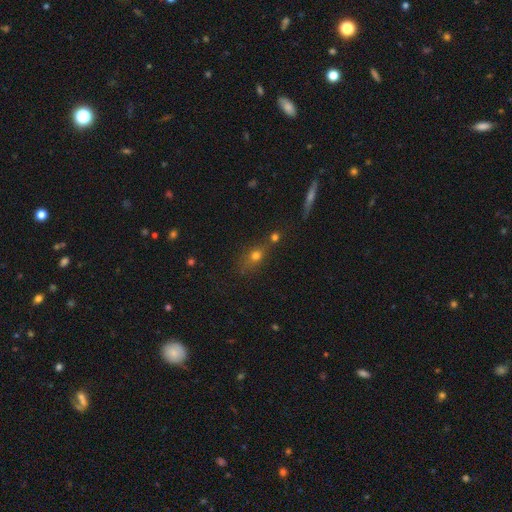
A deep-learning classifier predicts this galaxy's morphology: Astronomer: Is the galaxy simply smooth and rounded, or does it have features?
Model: smooth — 68%.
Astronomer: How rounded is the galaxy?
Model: in between — 48% (runner-up: round, 43%).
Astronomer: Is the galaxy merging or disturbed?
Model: none — 49% (runner-up: merger, 27%).